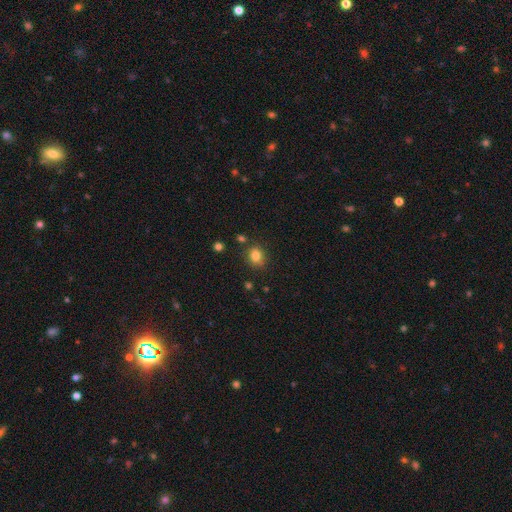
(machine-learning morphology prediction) Smooth or featured? Predicted: smooth (p=0.83). How rounded? Predicted: round (p=0.58). Merging? Predicted: none (p=0.79).